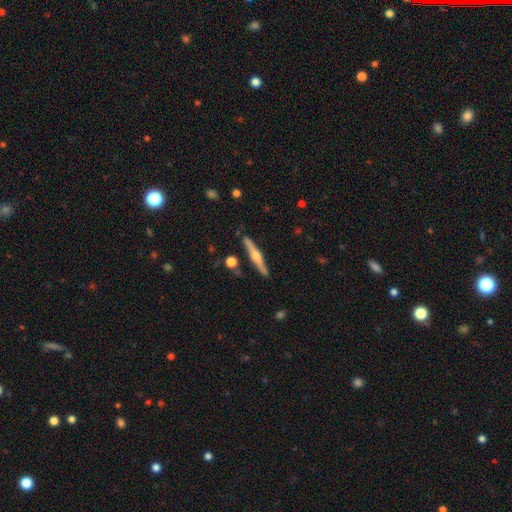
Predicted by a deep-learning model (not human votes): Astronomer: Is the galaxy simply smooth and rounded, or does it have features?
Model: featured or disk — 71%.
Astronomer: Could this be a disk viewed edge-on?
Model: yes — 97%.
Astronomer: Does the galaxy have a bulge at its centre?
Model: rounded — 83%.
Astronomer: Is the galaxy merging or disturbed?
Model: none — 88%.